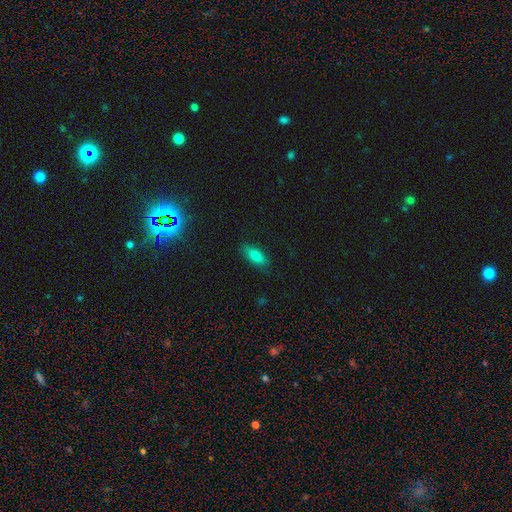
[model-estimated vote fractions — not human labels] Smooth or featured? smooth (76%)
How rounded? in between (76%)
Merging? none (84%)